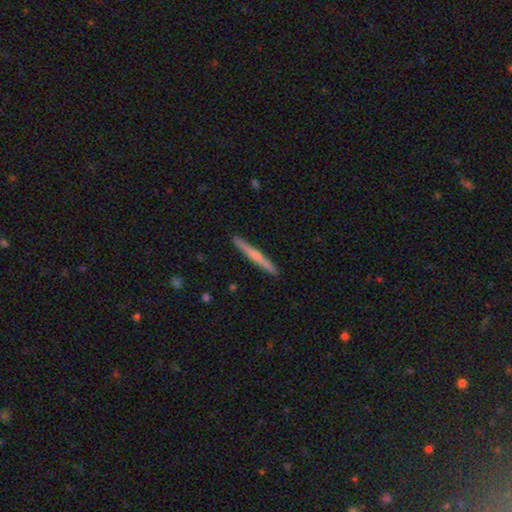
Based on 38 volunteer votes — A featured or disk galaxy (61%) viewed edge-on (96%) with a rounded central bulge (50%).

Vote fractions:
- Smooth or featured? featured or disk: 61% / smooth: 37% / star or artifact: 3%
- Edge-on disk? yes: 96% / no: 4%
- Edge-on bulge? rounded: 50% / none: 41% / boxy: 9%
- Merging? none: 84% / major disturbance: 8% / minor disturbance: 5% / merger: 3%